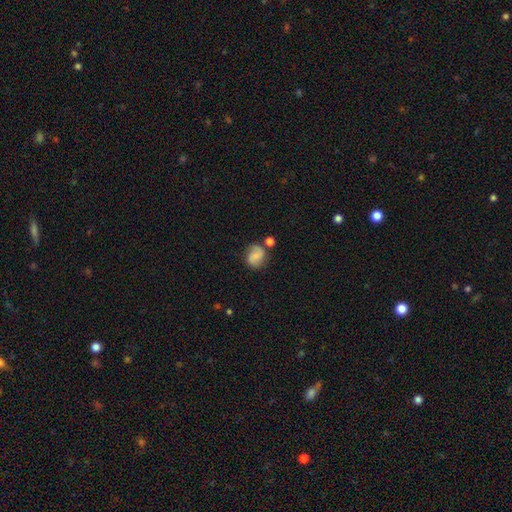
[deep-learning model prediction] Smooth or featured?
  - smooth: 54% *
  - featured or disk: 35%
  - star or artifact: 10%
How rounded?
  - round: 62% *
  - in between: 37%
  - cigar-shaped: 1%
Merging?
  - none: 62% *
  - minor disturbance: 19%
  - merger: 13%
  - major disturbance: 6%